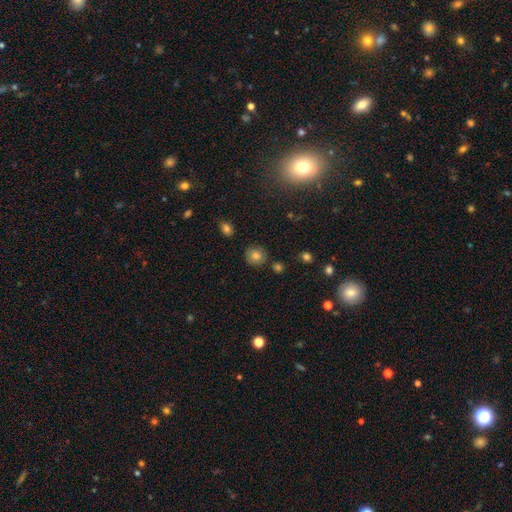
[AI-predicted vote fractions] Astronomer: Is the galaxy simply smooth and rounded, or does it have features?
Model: smooth — 79%.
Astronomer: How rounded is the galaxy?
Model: round — 87%.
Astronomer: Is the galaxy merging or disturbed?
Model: none — 83%.